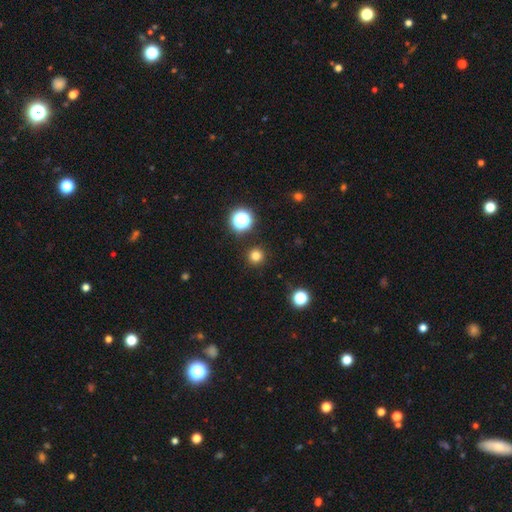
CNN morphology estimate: This is likely a smooth galaxy (79%). How rounded: clearly round (96%). Merging: clearly none (92%).